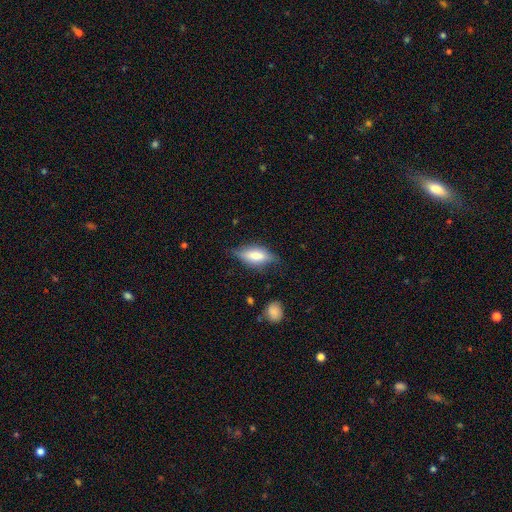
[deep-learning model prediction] Smooth or featured? Predicted: smooth (p=0.60). How rounded? Predicted: in between (p=0.67). Merging? Predicted: none (p=0.69).